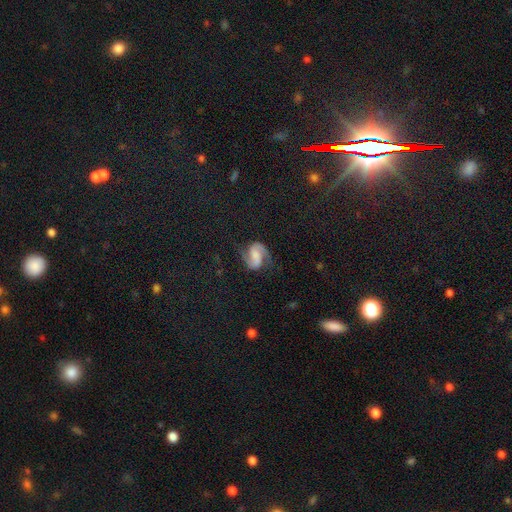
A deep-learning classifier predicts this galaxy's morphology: The model was most divided on "bar": weak: 40%, no: 38%, strong: 22%. Remaining: edge-on disk — no (98%); spiral arms — yes (97%); spiral arm count — 2 (94%); smooth or featured — featured or disk (83%); merging — none (76%); spiral winding — medium (53%); bulge size — none (38%).